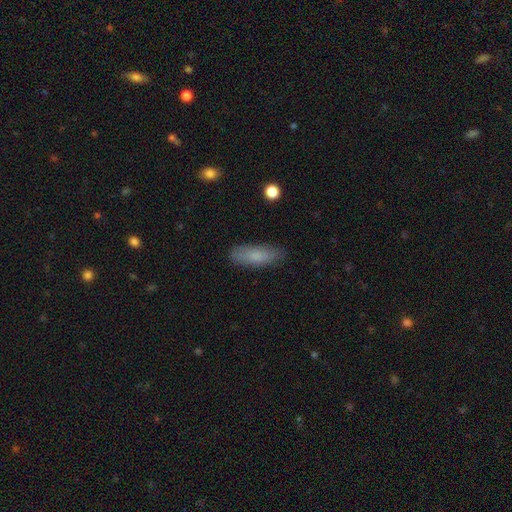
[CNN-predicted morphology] Smooth or featured? Predicted: smooth (p=0.80). How rounded? Predicted: in between (p=0.64). Merging? Predicted: none (p=0.83).